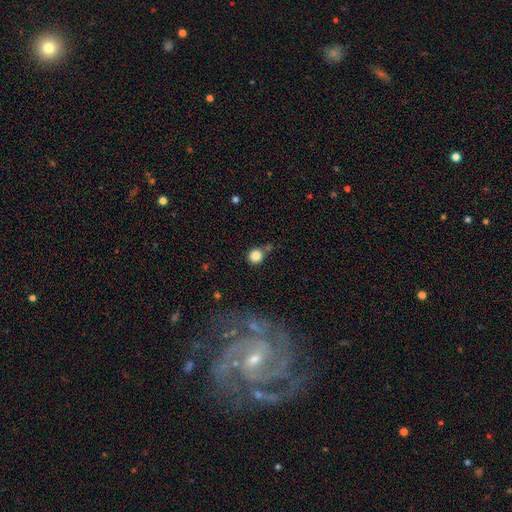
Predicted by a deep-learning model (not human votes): A smooth galaxy with no disk features (84%) that is round (92%).

Vote fractions:
- Smooth or featured? smooth: 84% / star or artifact: 10% / featured or disk: 5%
- How rounded? round: 92% / in between: 7% / cigar-shaped: 1%
- Merging? none: 72% / minor disturbance: 12% / merger: 12% / major disturbance: 4%